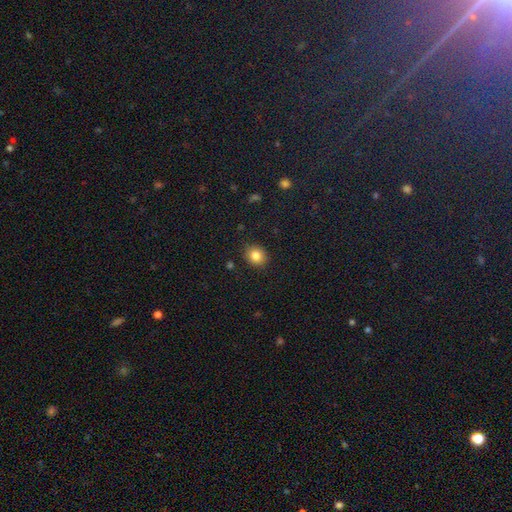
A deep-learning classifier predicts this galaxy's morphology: Smooth or featured? Predicted: smooth (p=0.83). How rounded? Predicted: round (p=0.74). Merging? Predicted: none (p=0.89).